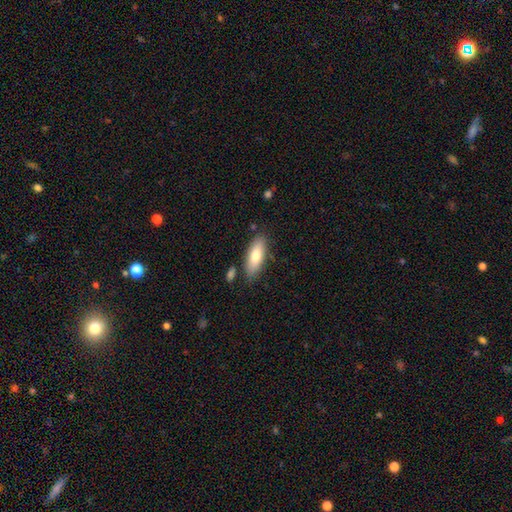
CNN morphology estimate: smooth-or-featured: smooth: 78% | featured or disk: 16% | star or artifact: 6%
  how-rounded: in between: 74% | cigar-shaped: 24% | round: 2%
  merging: none: 79% | minor disturbance: 14% | merger: 4% | major disturbance: 3%